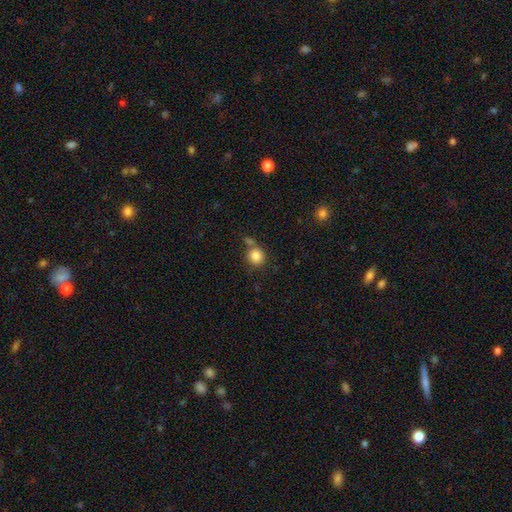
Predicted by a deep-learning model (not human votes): Smooth or featured: smooth — 84% (star or artifact — 10%)
How rounded: round — 87% (in between — 12%)
Merging: none — 64% (merger — 20%)